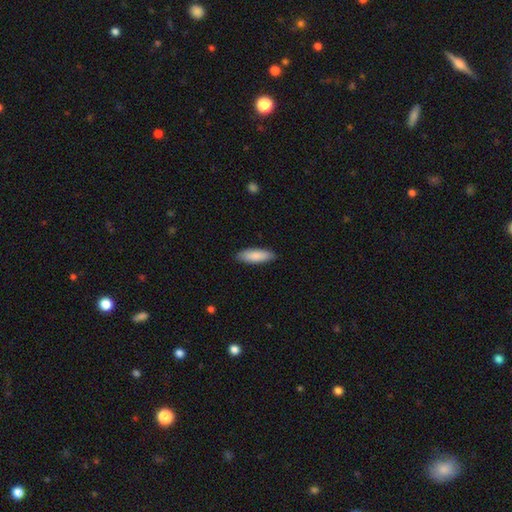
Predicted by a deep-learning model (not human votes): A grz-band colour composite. It shows a smooth galaxy with no disk features (87%) that is in between round and cigar-shaped (53%). Merging: none (88%).